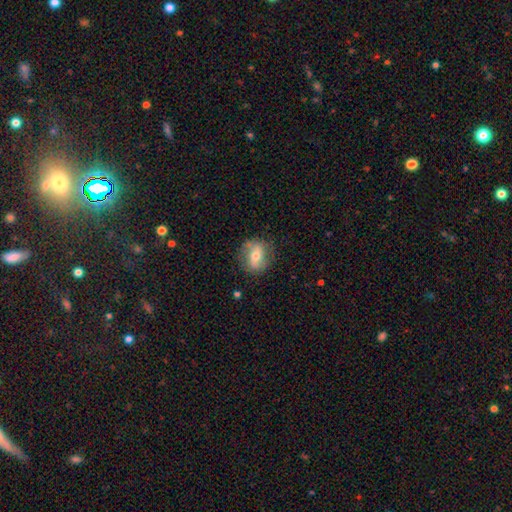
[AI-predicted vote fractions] Morphology: type=featured or disk (50%); merging=none (79%).